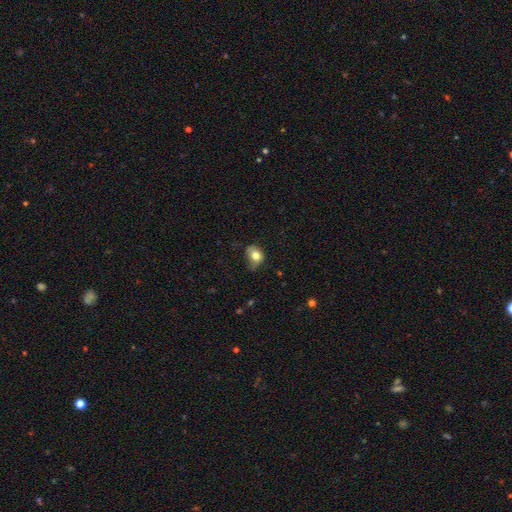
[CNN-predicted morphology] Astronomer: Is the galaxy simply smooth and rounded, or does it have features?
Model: smooth — 77%.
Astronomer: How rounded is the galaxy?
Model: in between — 62%.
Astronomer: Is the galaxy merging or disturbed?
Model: none — 44% (runner-up: minor disturbance, 38%).